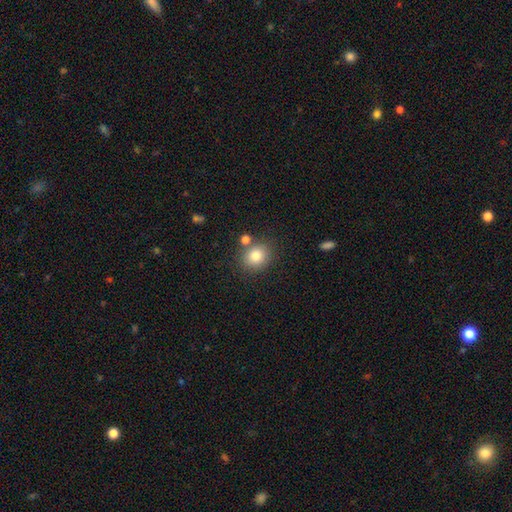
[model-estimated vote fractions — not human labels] Q: Smooth or featured?
A: smooth (80%); runner-up: star or artifact (11%)
Q: How rounded?
A: round (74%); runner-up: in between (25%)
Q: Merging?
A: none (76%); runner-up: merger (11%)